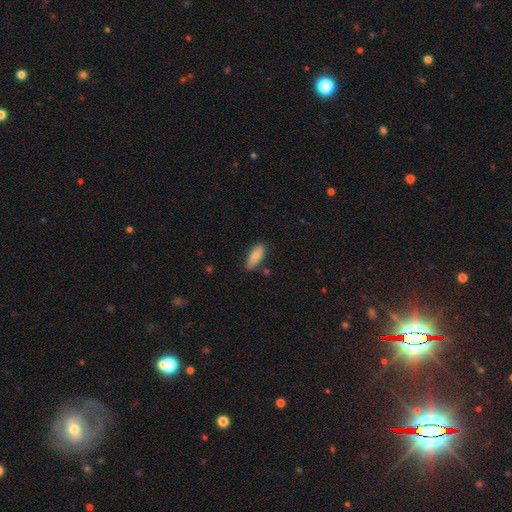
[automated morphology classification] Q: Smooth or featured?
A: smooth (78%); runner-up: featured or disk (16%)
Q: How rounded?
A: in between (76%); runner-up: cigar-shaped (22%)
Q: Merging?
A: none (77%); runner-up: minor disturbance (17%)